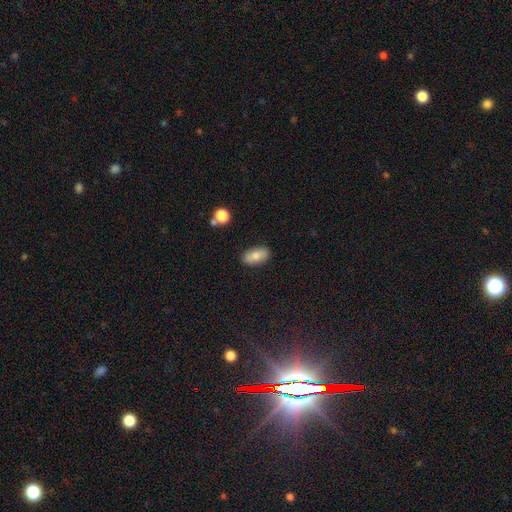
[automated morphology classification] Smooth or featured? Predicted: smooth (p=0.78). How rounded? Predicted: in between (p=0.91). Merging? Predicted: none (p=0.86).